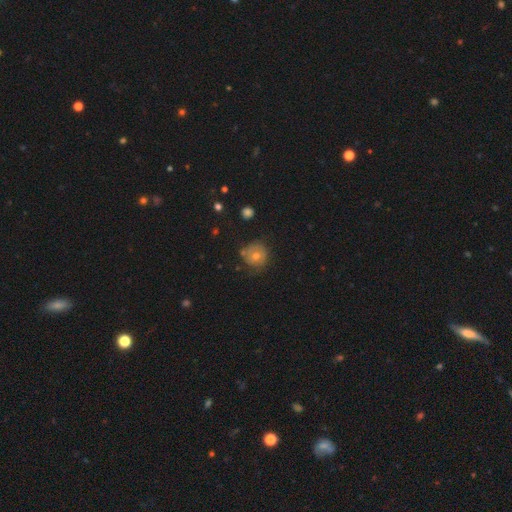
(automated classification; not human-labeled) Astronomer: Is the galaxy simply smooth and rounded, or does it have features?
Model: smooth — 62%.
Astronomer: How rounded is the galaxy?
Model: round — 86%.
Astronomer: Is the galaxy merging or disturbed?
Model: none — 64%.